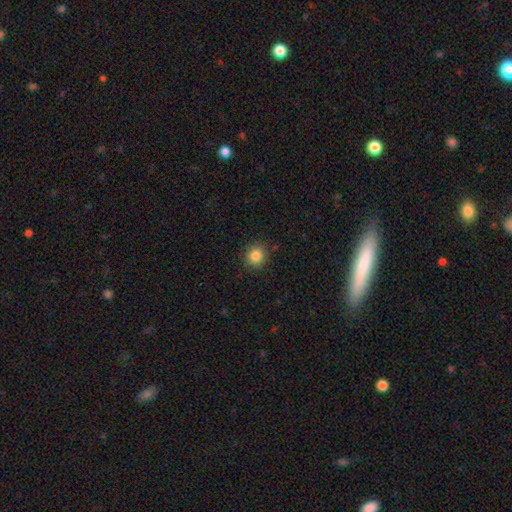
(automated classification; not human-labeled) Smooth or featured? Predicted: smooth (p=0.85). How rounded? Predicted: round (p=0.87). Merging? Predicted: none (p=0.87).